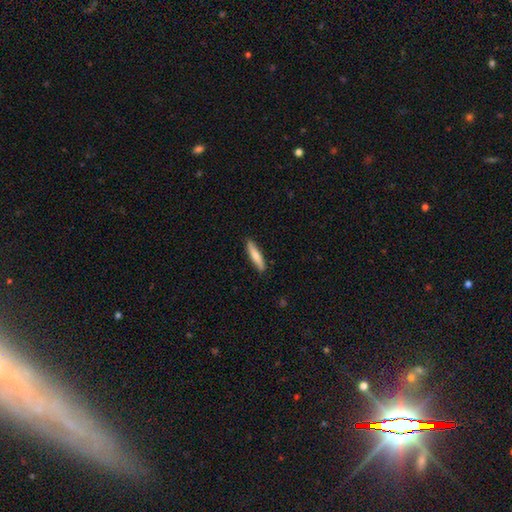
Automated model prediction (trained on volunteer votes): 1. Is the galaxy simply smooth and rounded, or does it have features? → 74% smooth, 21% featured or disk, 5% star or artifact.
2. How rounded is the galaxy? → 84% cigar-shaped, 15% in between, 1% round.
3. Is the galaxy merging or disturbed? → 87% none, 11% minor disturbance, 2% major disturbance, 1% merger.